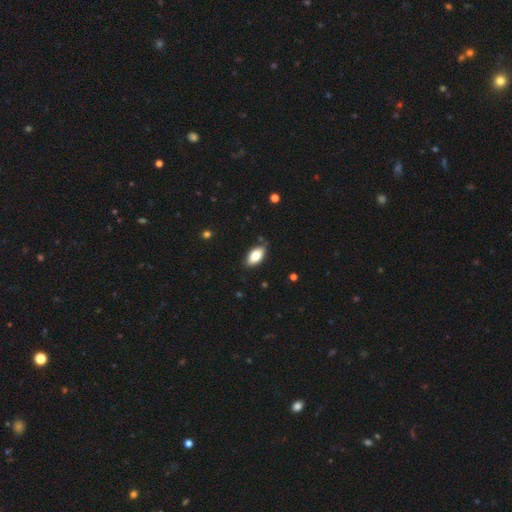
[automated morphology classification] Q: Smooth or featured?
A: smooth (78%); runner-up: featured or disk (15%)
Q: How rounded?
A: in between (91%); runner-up: cigar-shaped (5%)
Q: Merging?
A: none (80%); runner-up: minor disturbance (16%)